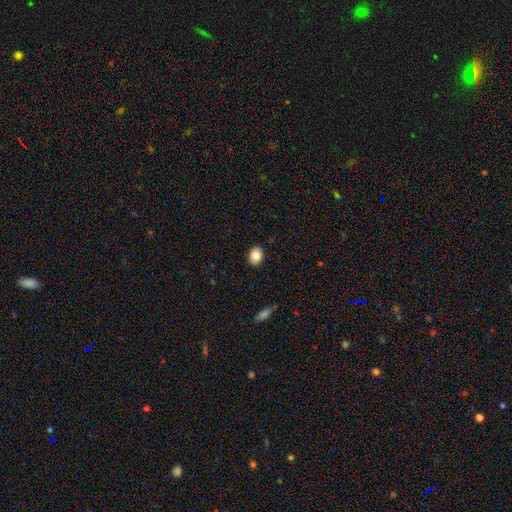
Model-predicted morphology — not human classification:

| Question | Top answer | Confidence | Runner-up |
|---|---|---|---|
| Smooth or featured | smooth | 82% | featured or disk (9%) |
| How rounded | in between | 54% | round (45%) |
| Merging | none | 90% | minor disturbance (7%) |